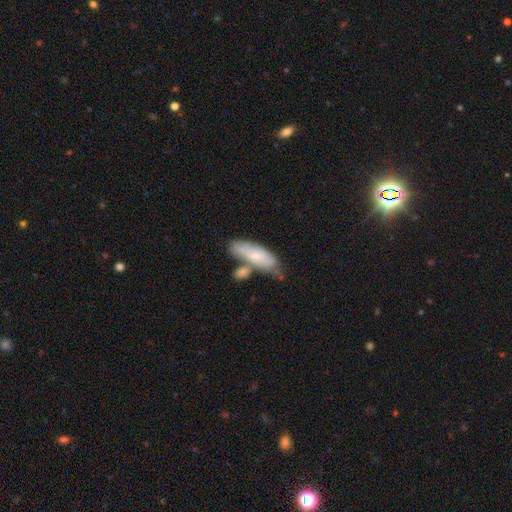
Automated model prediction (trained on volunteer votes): A smooth galaxy with no disk features (60%) that is in between round and cigar-shaped (66%).

Vote fractions:
- Smooth or featured? smooth: 60% / featured or disk: 34% / star or artifact: 6%
- How rounded? in between: 66% / cigar-shaped: 31% / round: 3%
- Merging? none: 42% / merger: 32% / minor disturbance: 19% / major disturbance: 6%